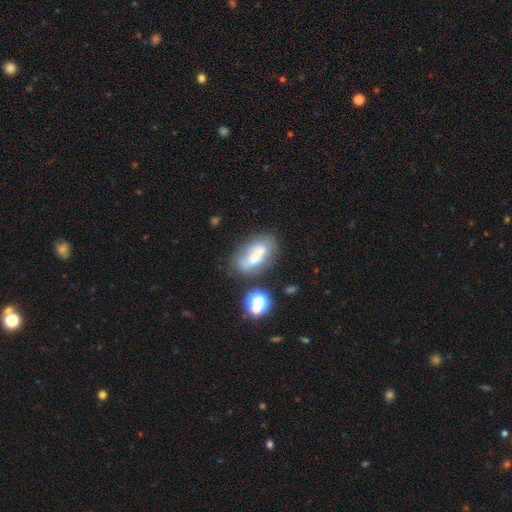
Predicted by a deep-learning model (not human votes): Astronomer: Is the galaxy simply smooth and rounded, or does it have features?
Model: smooth — 56% (runner-up: featured or disk, 31%).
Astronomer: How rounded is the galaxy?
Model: in between — 81%.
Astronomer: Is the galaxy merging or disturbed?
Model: none — 49%.